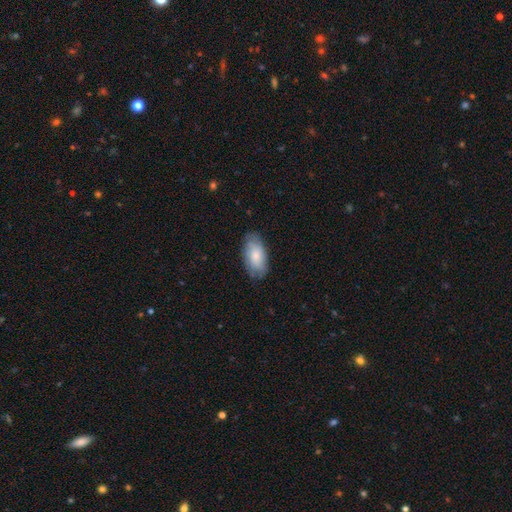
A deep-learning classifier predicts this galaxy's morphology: Smooth or featured: smooth — 73% (featured or disk — 21%)
How rounded: in between — 93% (round — 4%)
Merging: none — 74% (minor disturbance — 20%)